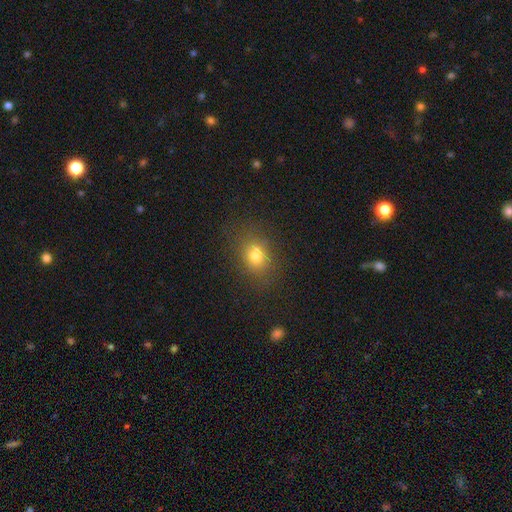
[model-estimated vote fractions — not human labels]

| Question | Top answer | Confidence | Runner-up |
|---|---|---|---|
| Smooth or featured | smooth | 73% | star or artifact (15%) |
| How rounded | in between | 53% | round (46%) |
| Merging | none | 70% | minor disturbance (16%) |